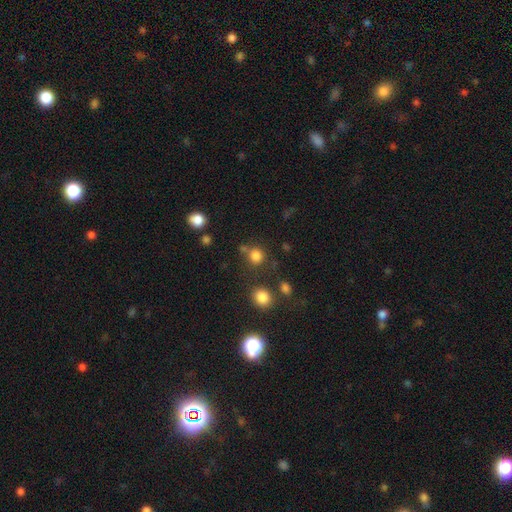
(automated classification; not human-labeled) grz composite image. It shows a smooth galaxy with no disk features (80%) that is round (87%). Merging: none (70%).